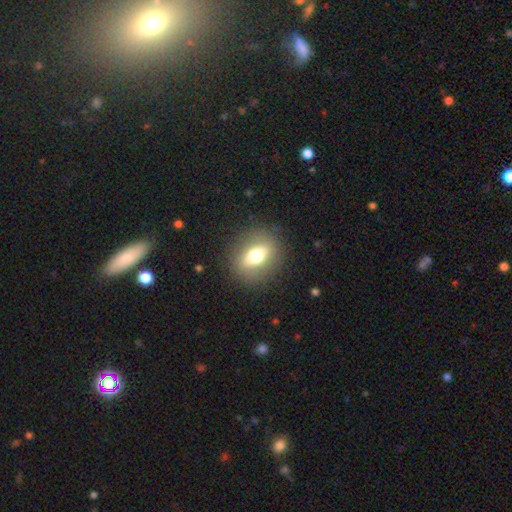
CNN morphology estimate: type=smooth (52%); roundness=in between (51%); merging=none (86%).